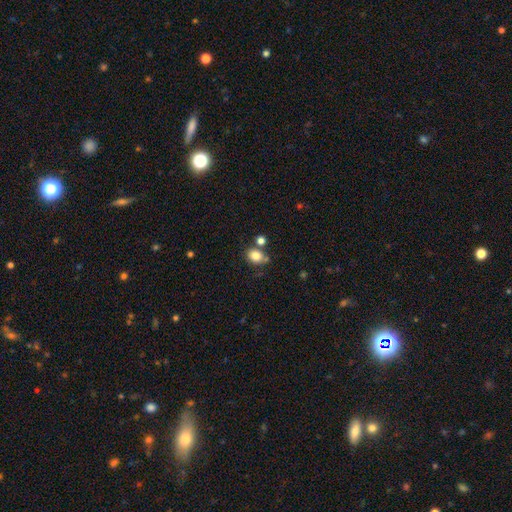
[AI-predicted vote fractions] Smooth or featured: smooth — 82% (star or artifact — 11%)
How rounded: round — 50% (in between — 49%)
Merging: none — 66% (merger — 16%)